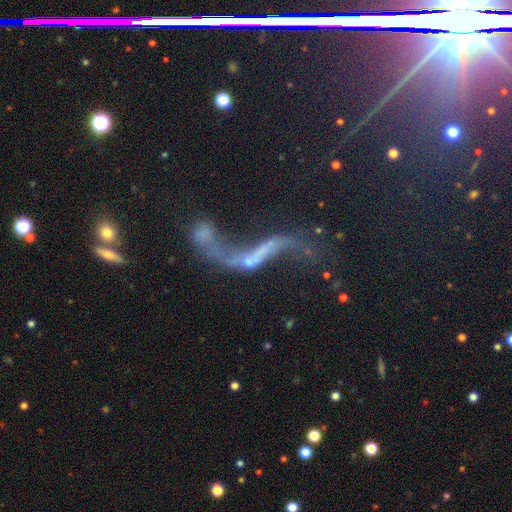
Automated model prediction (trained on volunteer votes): Smooth or featured? Predicted: featured or disk (p=0.75). Edge-on disk? Predicted: no (p=0.88). Bar? Predicted: no (p=0.49). Spiral arms? Predicted: yes (p=0.68). Bulge size? Predicted: none (p=0.47). Merging? Predicted: merger (p=0.35).